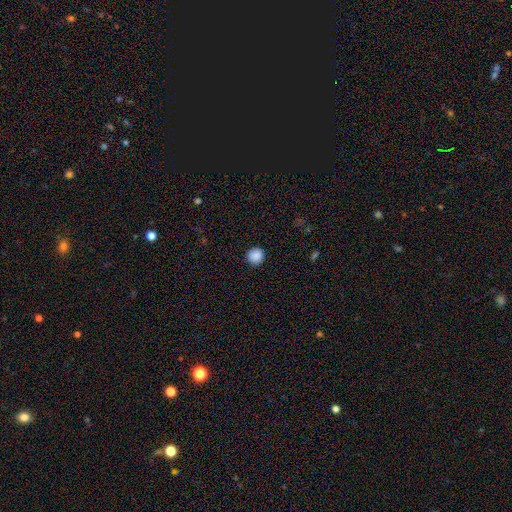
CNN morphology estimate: This is clearly a smooth galaxy (88%). How rounded: clearly round (95%). Merging: clearly none (91%).